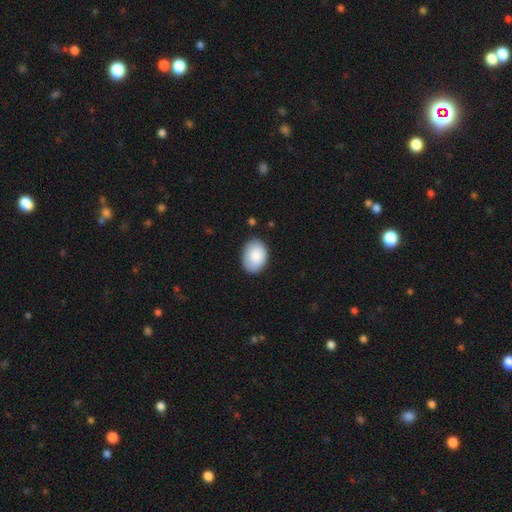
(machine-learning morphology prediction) Q: Smooth or featured?
A: smooth (86%); runner-up: featured or disk (8%)
Q: How rounded?
A: in between (78%); runner-up: round (21%)
Q: Merging?
A: none (82%); runner-up: minor disturbance (14%)